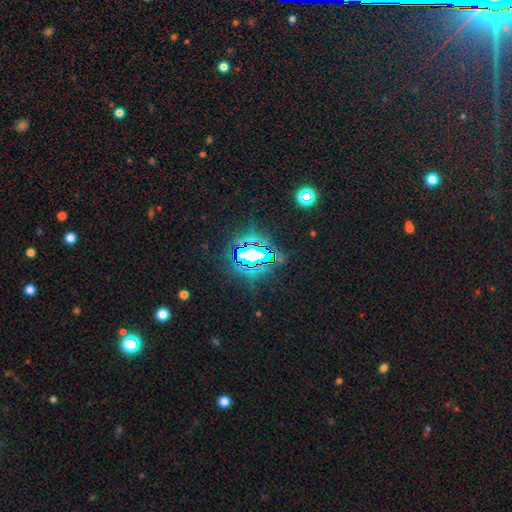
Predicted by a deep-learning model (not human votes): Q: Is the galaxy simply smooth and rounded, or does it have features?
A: star or artifact — 77%.